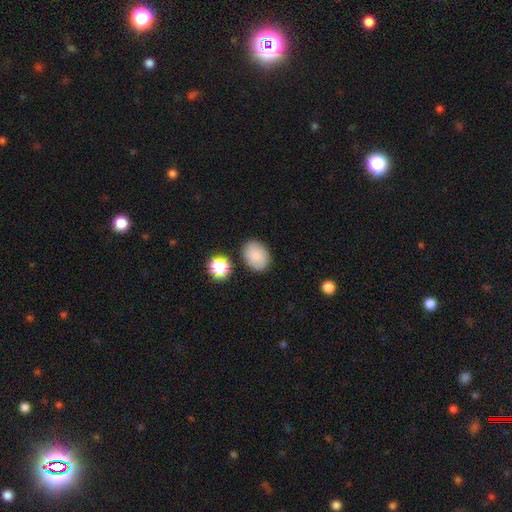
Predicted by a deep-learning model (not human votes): smooth_or_featured: smooth (p=0.82) [alt: star or artifact p=0.10]
how_rounded: in between (p=0.72) [alt: round p=0.27]
merging: none (p=0.81) [alt: minor disturbance p=0.12]